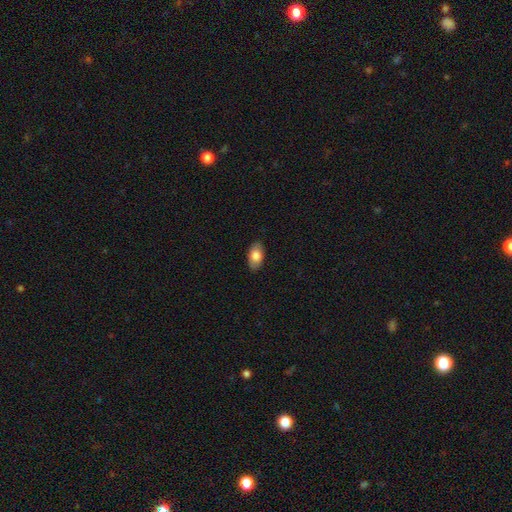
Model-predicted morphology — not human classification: A smooth galaxy with no disk features (81%) that is in between round and cigar-shaped (94%).

Vote fractions:
- Smooth or featured? smooth: 81% / featured or disk: 13% / star or artifact: 6%
- How rounded? in between: 94% / round: 4% / cigar-shaped: 2%
- Merging? none: 88% / minor disturbance: 9% / major disturbance: 2% / merger: 1%